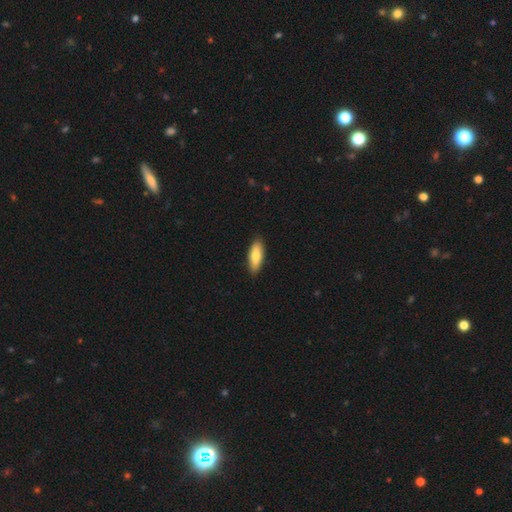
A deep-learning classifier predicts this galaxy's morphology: The model was most divided on "how rounded": in between: 67%, cigar-shaped: 31%, round: 2%. More confident: merging — none (88%); smooth or featured — smooth (76%).